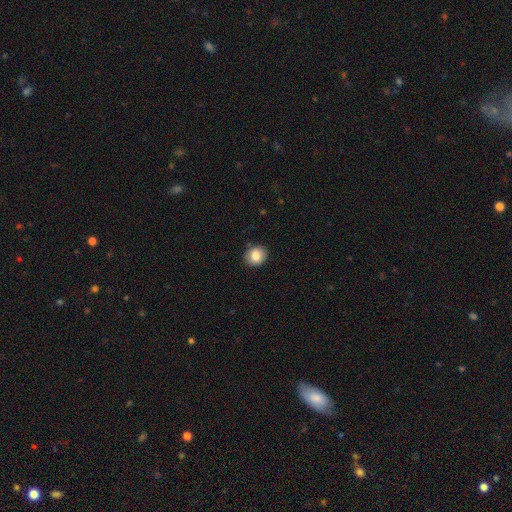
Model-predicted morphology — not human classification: smooth 84%, star or artifact 9%, featured or disk 8%. Down the decision tree: how rounded — round (76%); merging — none (88%).